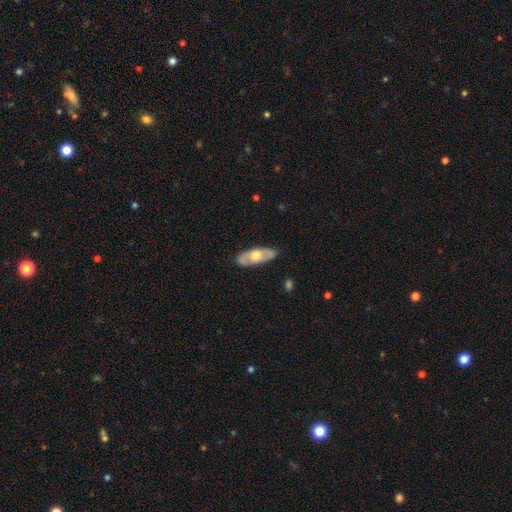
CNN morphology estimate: smooth-or-featured: featured or disk: 48% | smooth: 47% | star or artifact: 5%
  merging: none: 85% | minor disturbance: 12% | major disturbance: 2% | merger: 1%